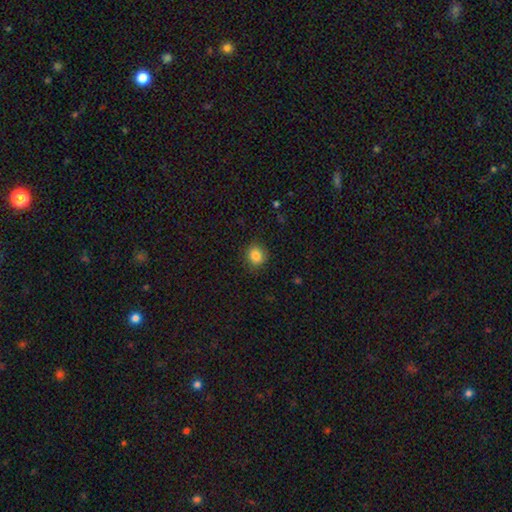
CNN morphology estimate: smooth-or-featured: smooth: 84% | star or artifact: 11% | featured or disk: 5%
  how-rounded: round: 81% | in between: 18% | cigar-shaped: 1%
  merging: none: 88% | minor disturbance: 8% | major disturbance: 2% | merger: 1%